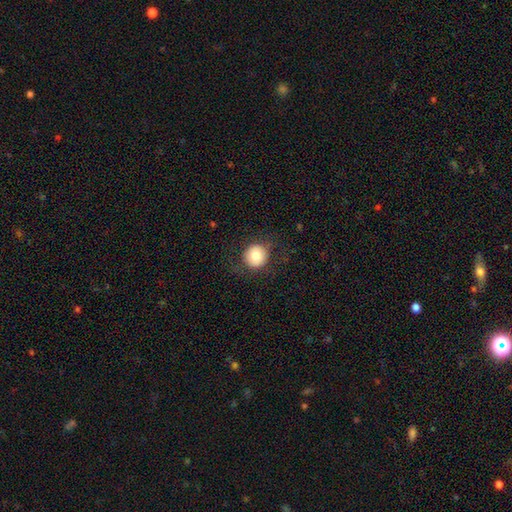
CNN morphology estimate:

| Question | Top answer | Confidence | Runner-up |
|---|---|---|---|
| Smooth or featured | smooth | 78% | featured or disk (12%) |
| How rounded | round | 91% | in between (8%) |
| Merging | none | 83% | minor disturbance (10%) |